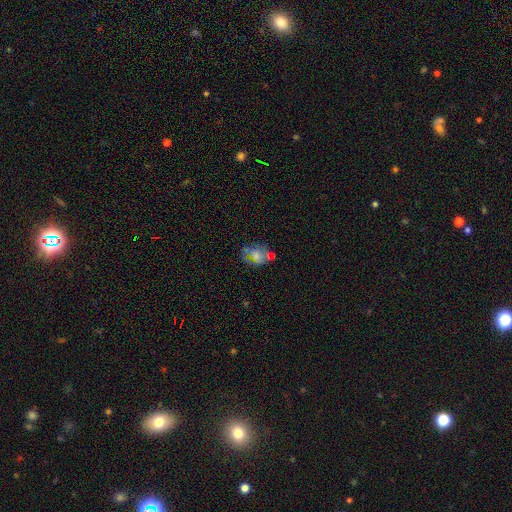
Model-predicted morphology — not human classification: This is possibly a featured or disk galaxy (47%). Merging: marginally none (35%).